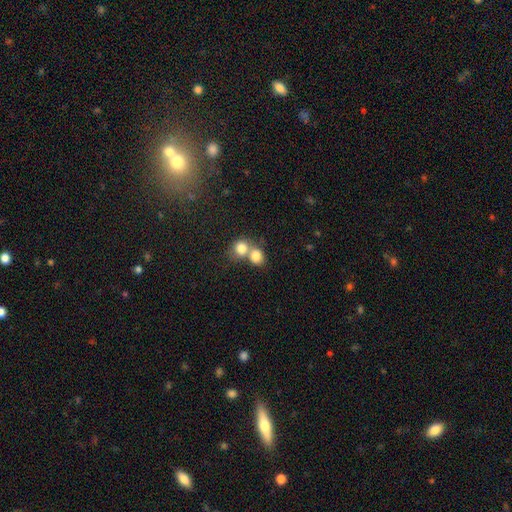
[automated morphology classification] Q: Smooth or featured?
A: smooth (81%); runner-up: featured or disk (10%)
Q: How rounded?
A: round (64%); runner-up: in between (35%)
Q: Merging?
A: merger (63%); runner-up: none (28%)